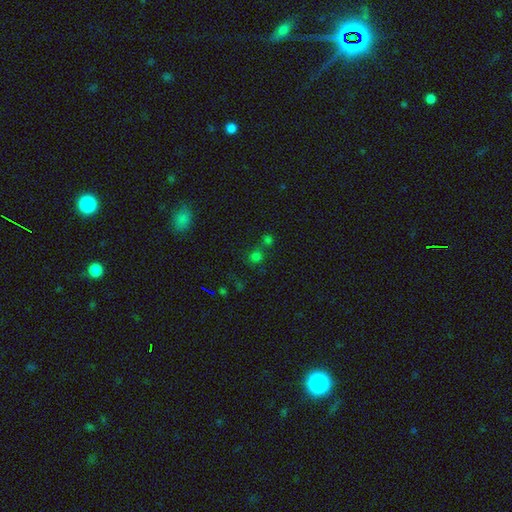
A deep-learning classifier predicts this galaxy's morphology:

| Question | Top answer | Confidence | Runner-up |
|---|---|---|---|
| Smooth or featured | smooth | 61% | star or artifact (32%) |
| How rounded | round | 86% | in between (13%) |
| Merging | none | 59% | merger (28%) |